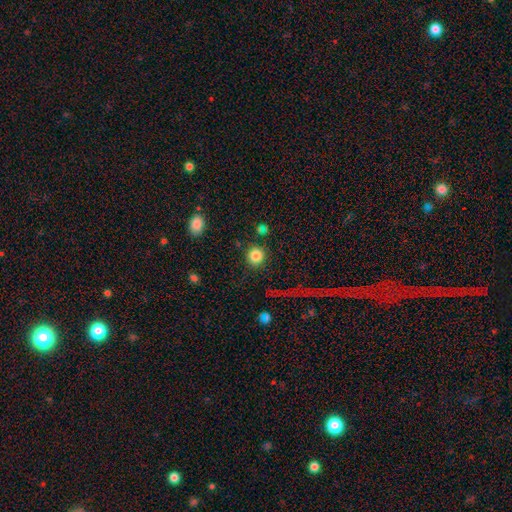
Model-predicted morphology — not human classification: A smooth galaxy with no disk features (84%) that is round (93%). Merging: none (86%).